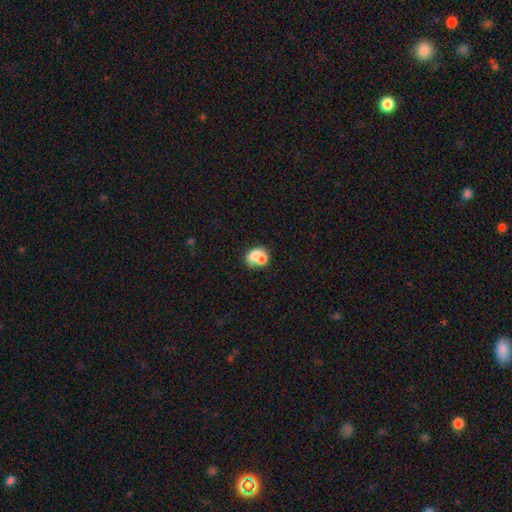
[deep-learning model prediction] smooth_or_featured: smooth (p=0.69) [alt: featured or disk p=0.22]
how_rounded: round (p=0.51) [alt: in between p=0.48]
merging: merger (p=0.62) [alt: none p=0.25]